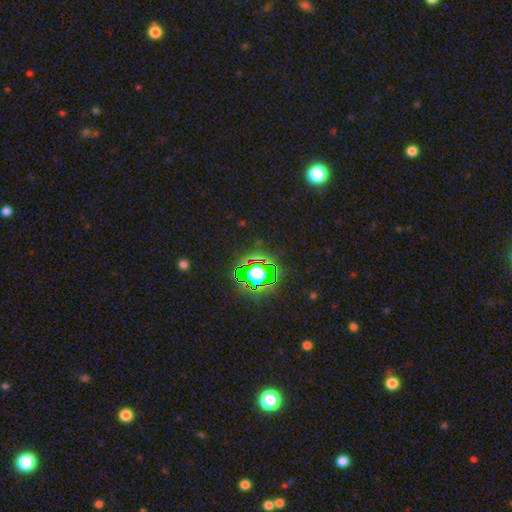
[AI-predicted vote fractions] Q: Smooth or featured?
A: star or artifact (80%); runner-up: smooth (13%)